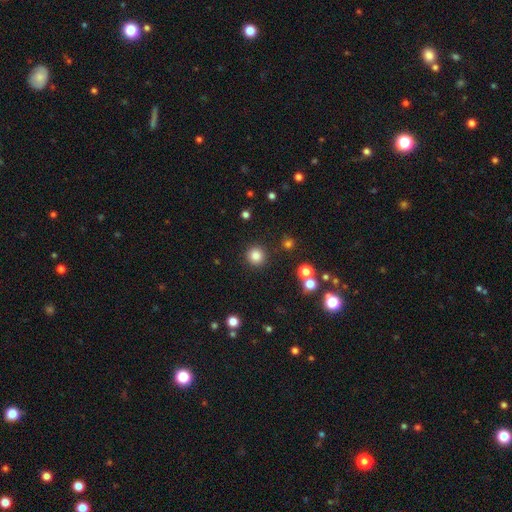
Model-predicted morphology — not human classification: smooth-or-featured: smooth: 82% | star or artifact: 13% | featured or disk: 5%
  how-rounded: round: 95% | in between: 4% | cigar-shaped: 1%
  merging: none: 91% | minor disturbance: 5% | major disturbance: 2% | merger: 2%